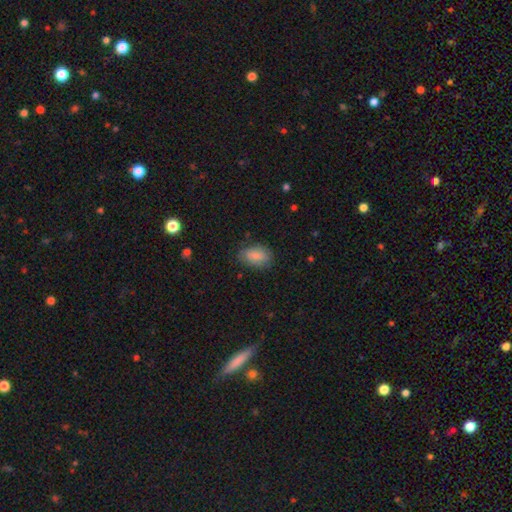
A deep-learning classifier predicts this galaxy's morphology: smooth 82%, featured or disk 11%, star or artifact 7%. Down the decision tree: how rounded — in between (87%); merging — none (78%).